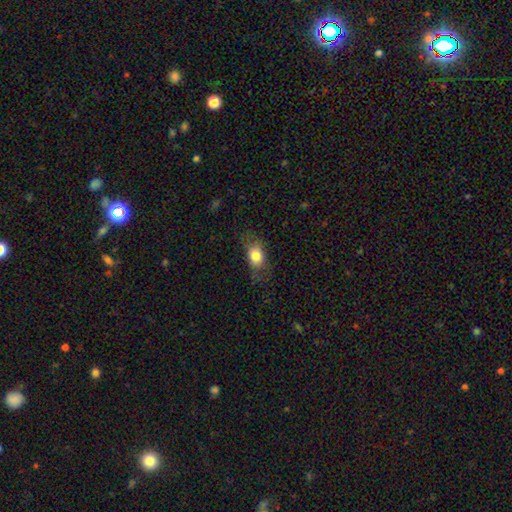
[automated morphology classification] A smooth galaxy with no disk features (80%) that is in between round and cigar-shaped (74%). Merging: none (68%).